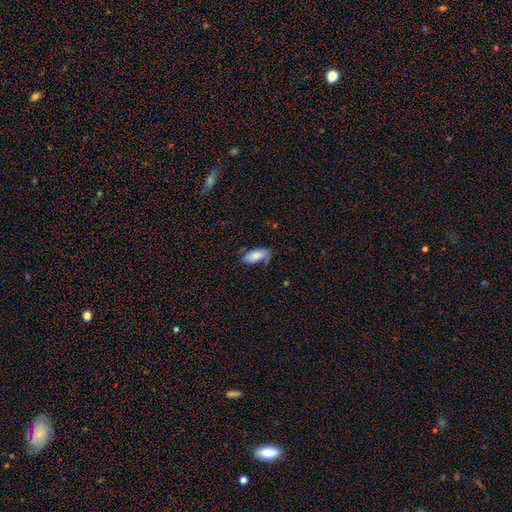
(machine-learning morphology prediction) smooth-or-featured: smooth: 75% | featured or disk: 18% | star or artifact: 7%
  how-rounded: in between: 85% | cigar-shaped: 13% | round: 2%
  merging: none: 58% | minor disturbance: 26% | major disturbance: 11% | merger: 5%